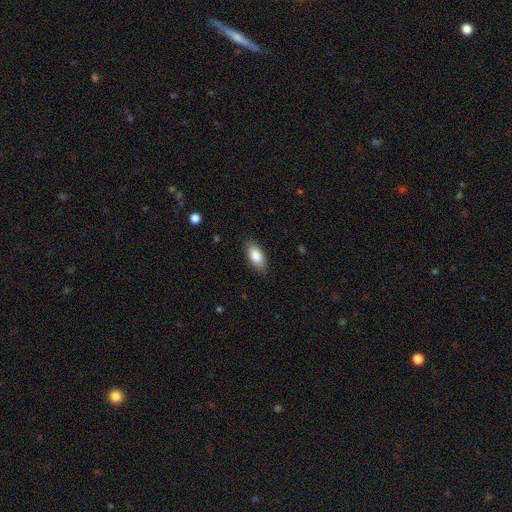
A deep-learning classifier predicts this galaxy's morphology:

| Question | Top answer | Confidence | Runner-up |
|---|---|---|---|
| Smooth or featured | smooth | 85% | featured or disk (9%) |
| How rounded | in between | 89% | cigar-shaped (8%) |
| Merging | none | 86% | minor disturbance (10%) |